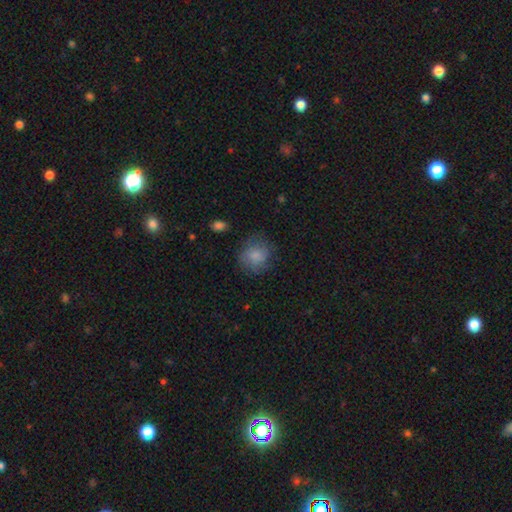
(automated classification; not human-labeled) Q: Smooth or featured?
A: smooth (75%); runner-up: featured or disk (17%)
Q: How rounded?
A: round (81%); runner-up: in between (18%)
Q: Merging?
A: none (69%); runner-up: minor disturbance (20%)